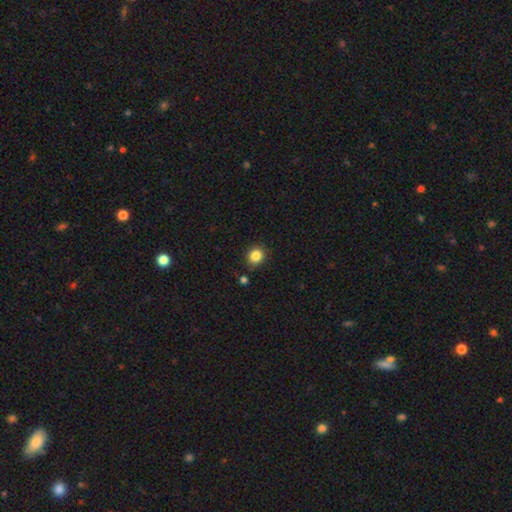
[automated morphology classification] The model was most divided on "how rounded": round: 75%, in between: 24%, cigar-shaped: 1%. More confident: merging — none (87%); smooth or featured — smooth (85%).